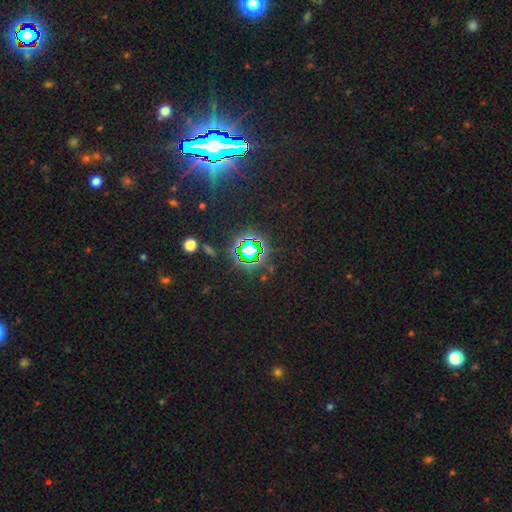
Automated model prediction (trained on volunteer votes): Q: Smooth or featured?
A: star or artifact (82%); runner-up: smooth (10%)